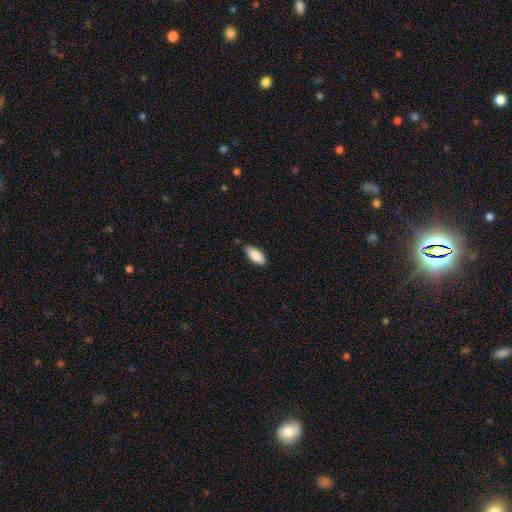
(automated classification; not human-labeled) Overall: smooth (88%). How rounded: in between (84%). Merging: none (78%).